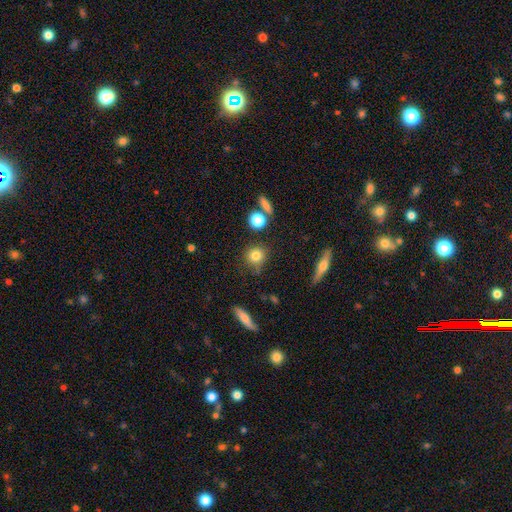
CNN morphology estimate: This is clearly a smooth galaxy (80%). How rounded: clearly round (86%). Merging: likely none (77%).